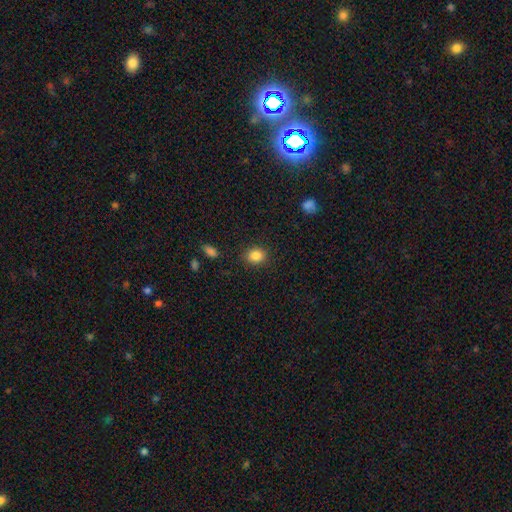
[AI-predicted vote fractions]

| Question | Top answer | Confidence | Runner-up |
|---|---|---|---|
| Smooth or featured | smooth | 85% | star or artifact (10%) |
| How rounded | round | 58% | in between (41%) |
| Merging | none | 86% | minor disturbance (9%) |